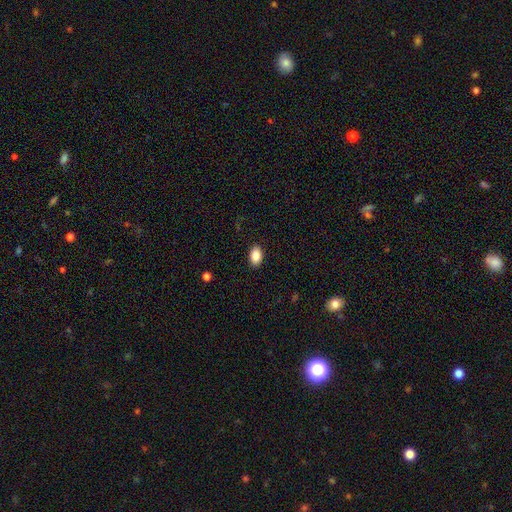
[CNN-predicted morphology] Smooth or featured? Predicted: smooth (p=0.88). How rounded? Predicted: in between (p=0.89). Merging? Predicted: none (p=0.89).